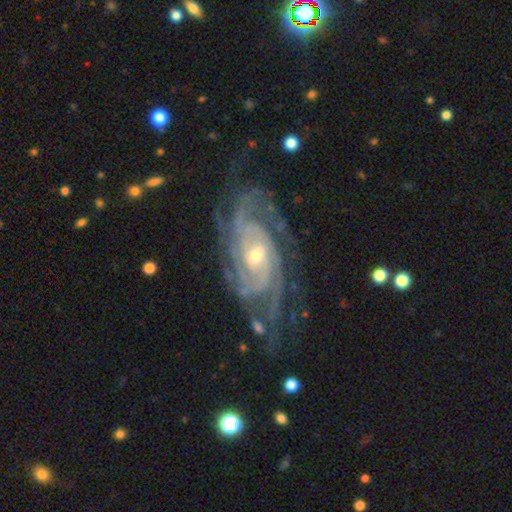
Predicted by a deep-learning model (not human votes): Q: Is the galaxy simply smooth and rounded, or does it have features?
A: featured or disk — 91%.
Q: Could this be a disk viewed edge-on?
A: no — 96%.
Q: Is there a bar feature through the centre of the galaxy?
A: no — 54%.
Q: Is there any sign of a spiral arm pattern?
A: yes — 98%.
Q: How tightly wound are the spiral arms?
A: tight — 70%.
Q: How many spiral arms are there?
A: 4 — 25%.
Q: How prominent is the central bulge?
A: small — 49%.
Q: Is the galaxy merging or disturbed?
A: none — 71%.